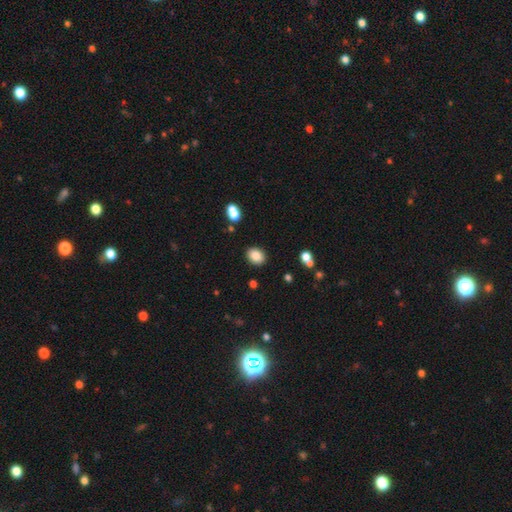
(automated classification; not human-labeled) Morphology: type=smooth (86%); roundness=in between (57%); merging=none (88%).